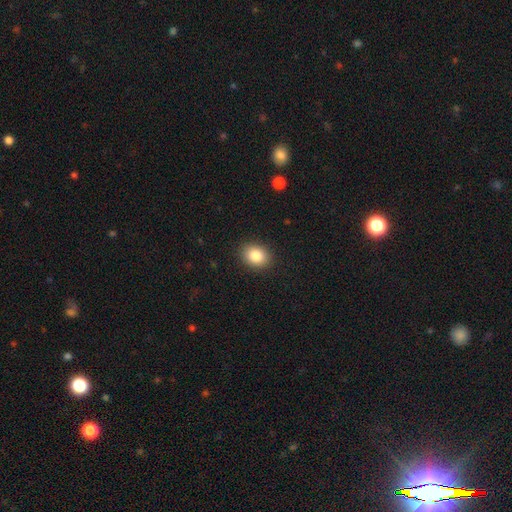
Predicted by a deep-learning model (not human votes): The model was most divided on "how rounded": in between: 56%, round: 43%, cigar-shaped: 1%. More confident: merging — none (90%); smooth or featured — smooth (85%).